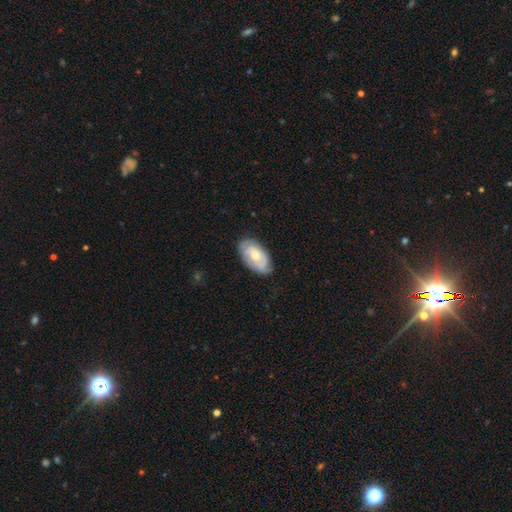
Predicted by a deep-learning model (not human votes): featured or disk 57%, smooth 38%, star or artifact 6%. Down the decision tree: edge-on disk — no (94%); bar — no (72%); spiral arms — yes (80%); bulge size — moderate (58%); merging — none (76%).